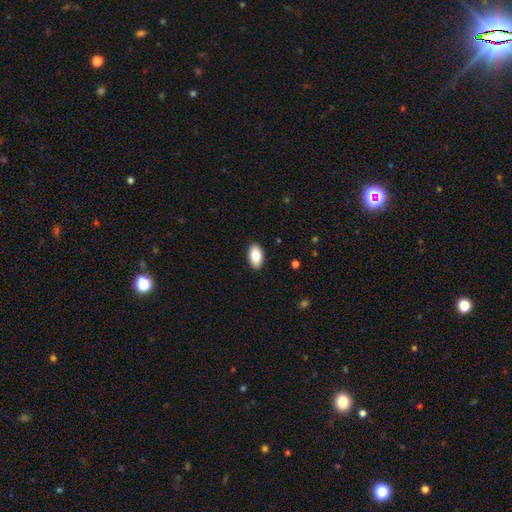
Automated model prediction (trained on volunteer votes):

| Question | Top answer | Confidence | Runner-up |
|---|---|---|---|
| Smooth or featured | smooth | 87% | featured or disk (7%) |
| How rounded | in between | 95% | round (3%) |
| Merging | none | 90% | minor disturbance (7%) |